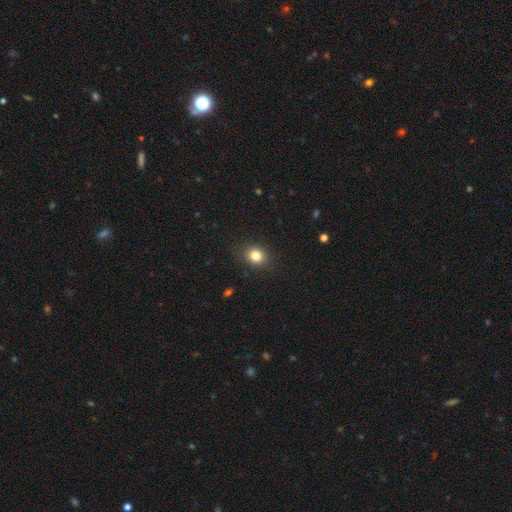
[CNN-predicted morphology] Smooth or featured?
  - smooth: 82% *
  - star or artifact: 12%
  - featured or disk: 6%
How rounded?
  - round: 65% *
  - in between: 34%
  - cigar-shaped: 1%
Merging?
  - none: 88% *
  - minor disturbance: 9%
  - major disturbance: 3%
  - merger: 1%